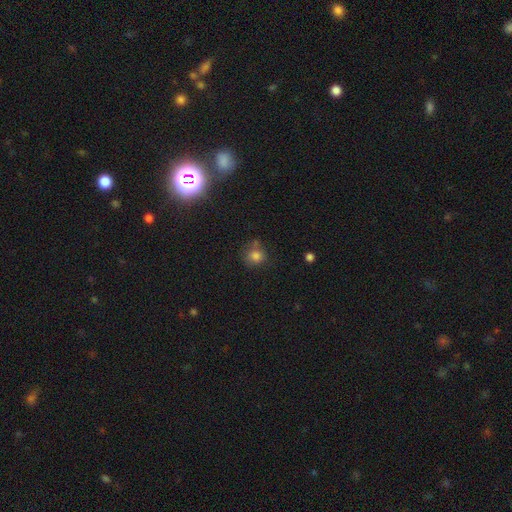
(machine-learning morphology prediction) Smooth or featured? Predicted: smooth (p=0.77). How rounded? Predicted: round (p=0.81). Merging? Predicted: none (p=0.63).